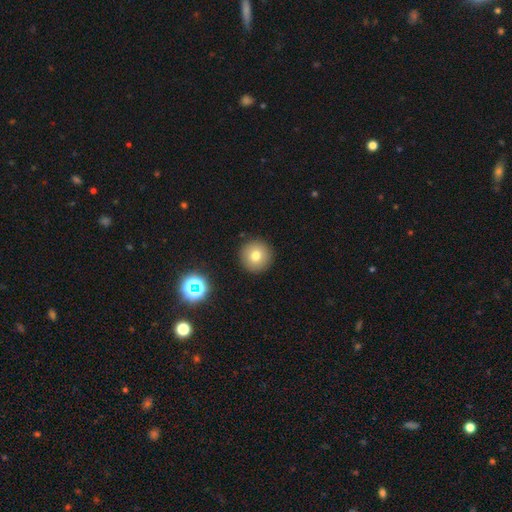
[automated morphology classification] type=smooth (74%); roundness=round (96%); merging=none (92%).